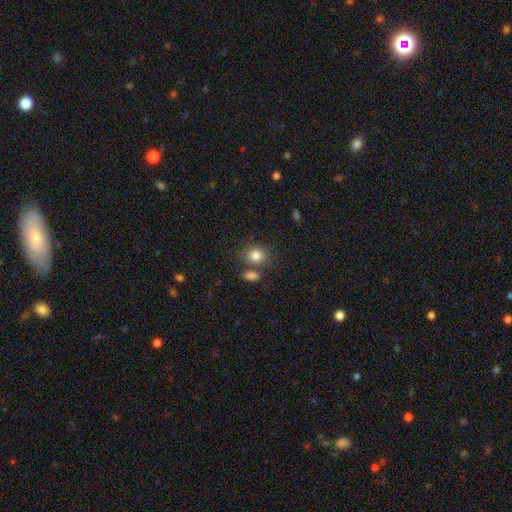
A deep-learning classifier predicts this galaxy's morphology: Smooth or featured? Predicted: smooth (p=0.83). How rounded? Predicted: round (p=0.60). Merging? Predicted: none (p=0.66).